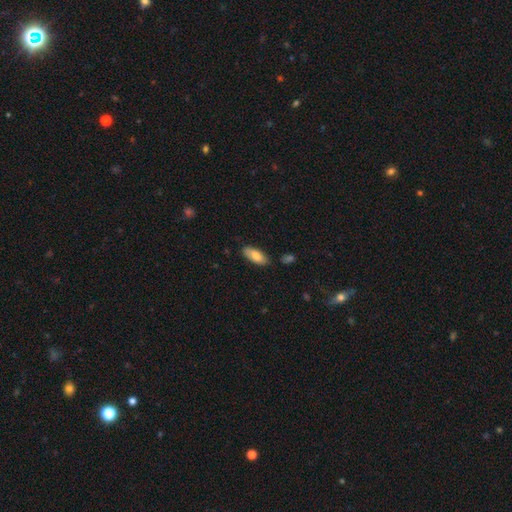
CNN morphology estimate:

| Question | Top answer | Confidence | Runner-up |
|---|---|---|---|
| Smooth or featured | smooth | 79% | featured or disk (15%) |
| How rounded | in between | 82% | cigar-shaped (16%) |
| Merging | none | 80% | minor disturbance (15%) |